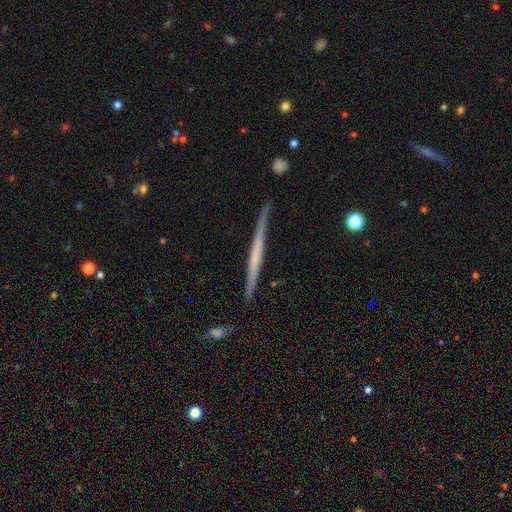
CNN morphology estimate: featured or disk 60%, smooth 34%, star or artifact 6%. Down the decision tree: edge-on disk — yes (97%); edge-on bulge — none (82%); merging — none (87%).